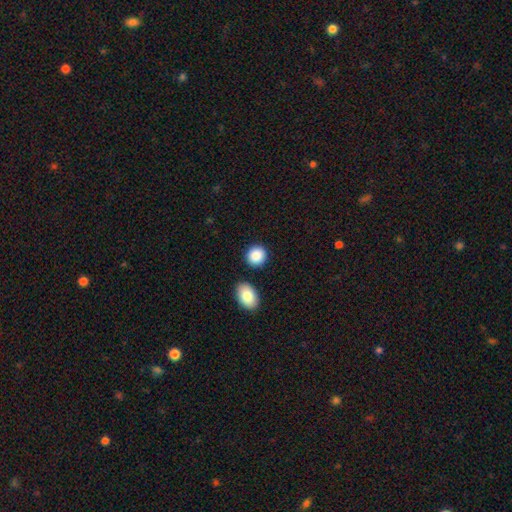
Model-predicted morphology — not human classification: Smooth or featured: smooth — 88% (star or artifact — 7%)
How rounded: round — 79% (in between — 19%)
Merging: none — 84% (minor disturbance — 8%)